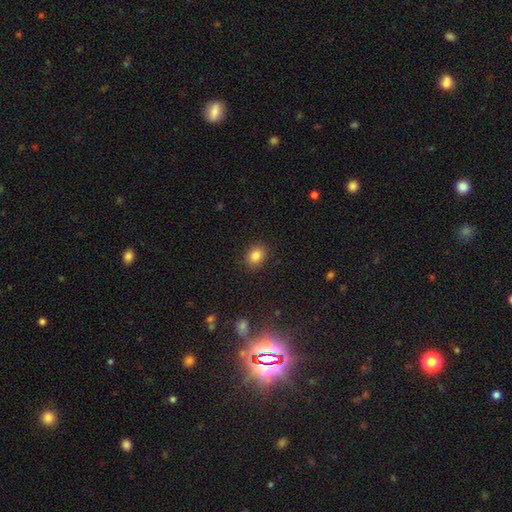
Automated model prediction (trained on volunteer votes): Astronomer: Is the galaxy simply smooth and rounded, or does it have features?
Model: smooth — 85%.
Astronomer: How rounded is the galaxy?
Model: in between — 53% (runner-up: round, 46%).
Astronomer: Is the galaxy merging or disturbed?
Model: none — 88%.